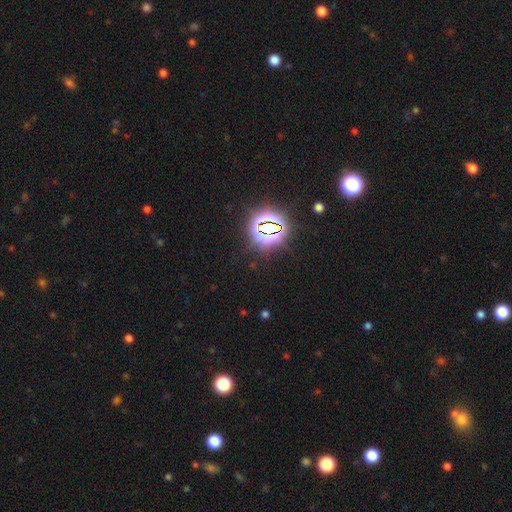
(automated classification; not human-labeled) Smooth or featured? Predicted: star or artifact (p=0.81).